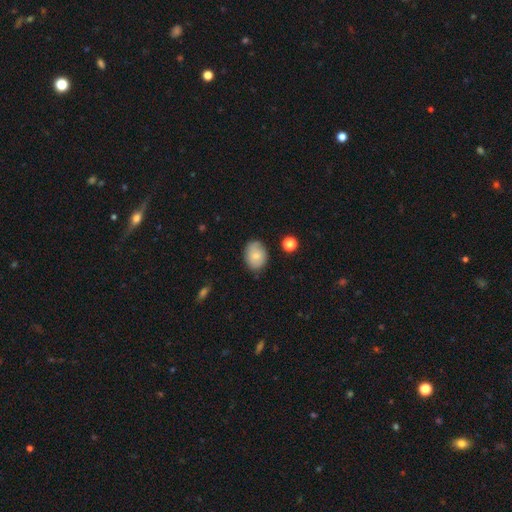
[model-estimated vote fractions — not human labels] Smooth or featured? Predicted: smooth (p=0.73). How rounded? Predicted: in between (p=0.59). Merging? Predicted: none (p=0.74).